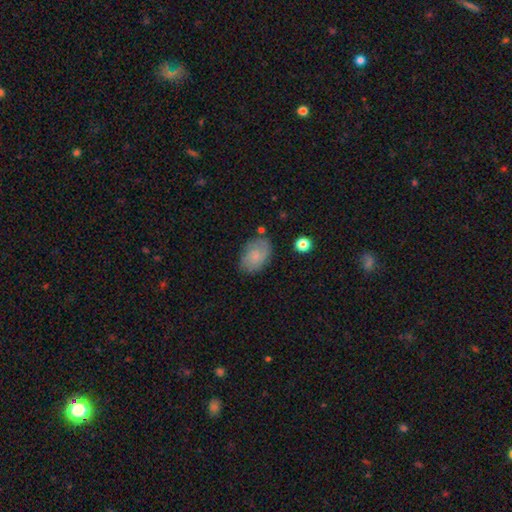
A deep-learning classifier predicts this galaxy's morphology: A smooth galaxy with no disk features (56%) that is in between round and cigar-shaped (85%). Merging: none (74%).